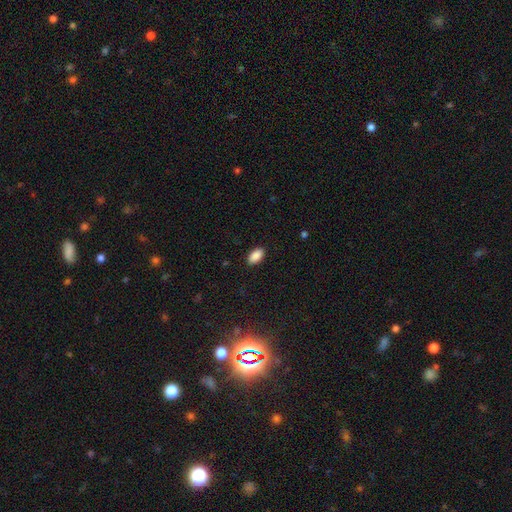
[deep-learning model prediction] Overall: smooth (89%). How rounded: in between (93%). Merging: none (88%).